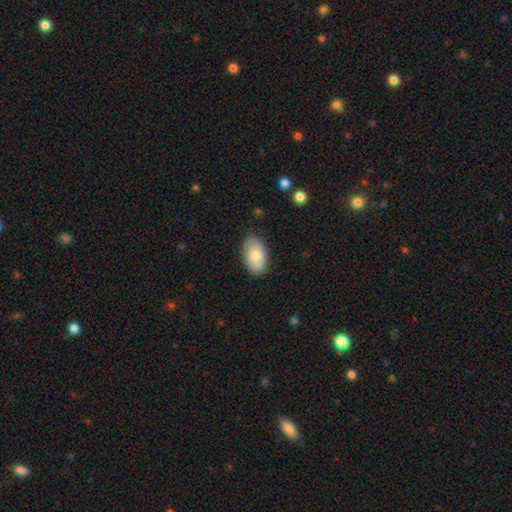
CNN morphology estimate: Overall: smooth (79%). How rounded: in between (94%). Merging: none (82%).